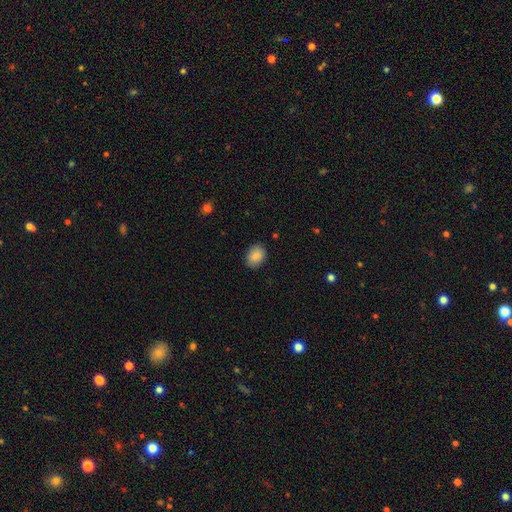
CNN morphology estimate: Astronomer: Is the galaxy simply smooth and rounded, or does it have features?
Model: smooth — 88%.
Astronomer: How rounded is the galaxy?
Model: in between — 63%.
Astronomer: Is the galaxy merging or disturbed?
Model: none — 86%.